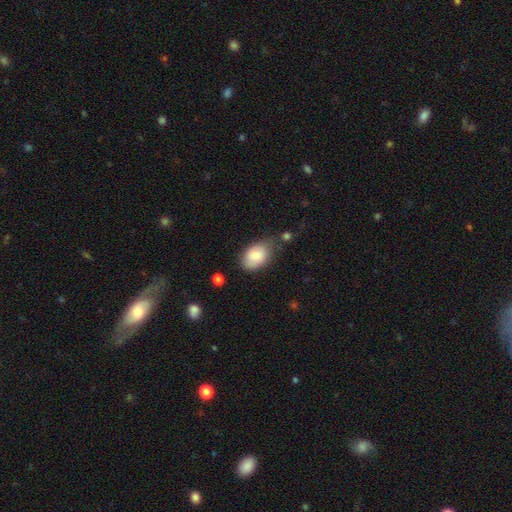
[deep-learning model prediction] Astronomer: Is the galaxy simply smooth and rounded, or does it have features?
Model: smooth — 81%.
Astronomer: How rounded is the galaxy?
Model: in between — 88%.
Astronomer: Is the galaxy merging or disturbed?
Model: none — 64%.